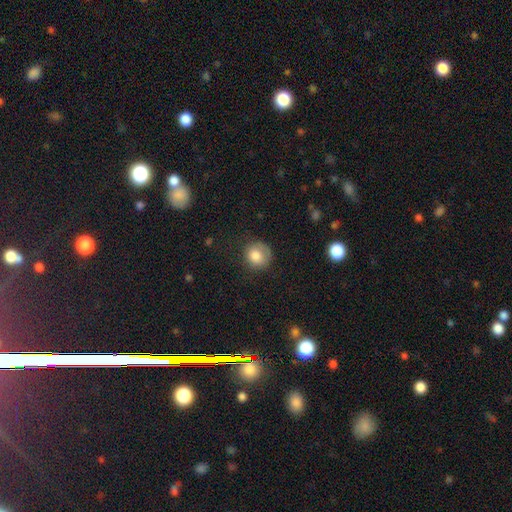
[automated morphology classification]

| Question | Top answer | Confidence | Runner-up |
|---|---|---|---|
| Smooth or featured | smooth | 81% | featured or disk (11%) |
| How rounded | round | 84% | in between (15%) |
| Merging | none | 68% | minor disturbance (21%) |